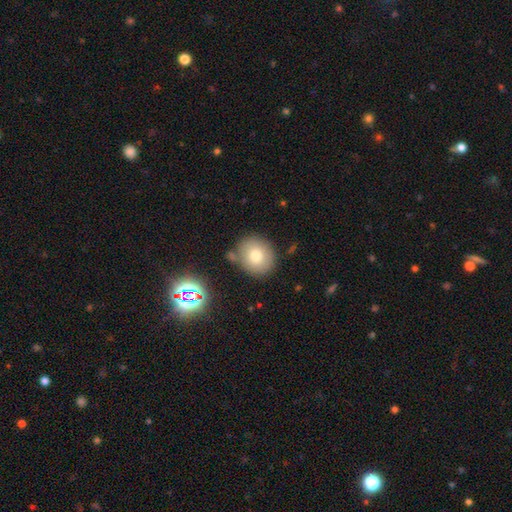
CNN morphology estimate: type=smooth (77%); roundness=round (84%); merging=none (77%).